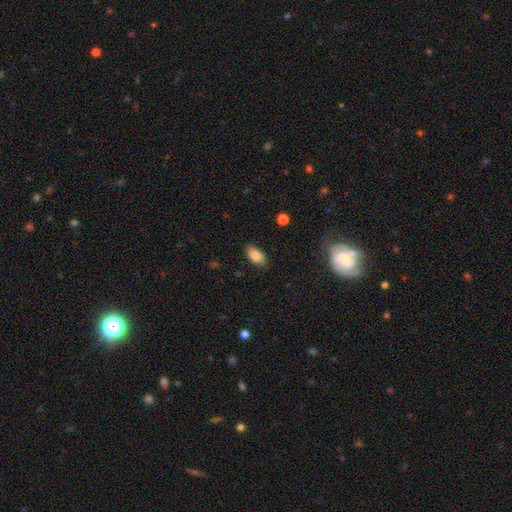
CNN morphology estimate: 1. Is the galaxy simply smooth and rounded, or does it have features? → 85% smooth, 8% star or artifact, 7% featured or disk.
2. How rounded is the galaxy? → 92% in between, 6% round, 2% cigar-shaped.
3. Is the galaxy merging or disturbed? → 82% none, 14% minor disturbance, 3% major disturbance, 1% merger.